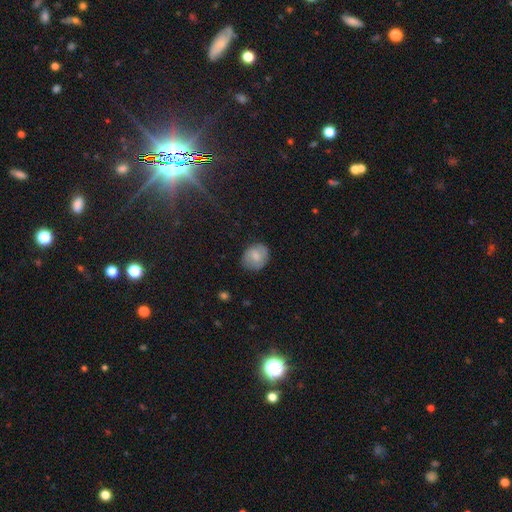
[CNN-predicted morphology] Smooth or featured?
  - smooth: 66% *
  - featured or disk: 26%
  - star or artifact: 8%
How rounded?
  - round: 60% *
  - in between: 39%
  - cigar-shaped: 1%
Merging?
  - none: 78% *
  - minor disturbance: 17%
  - major disturbance: 4%
  - merger: 1%